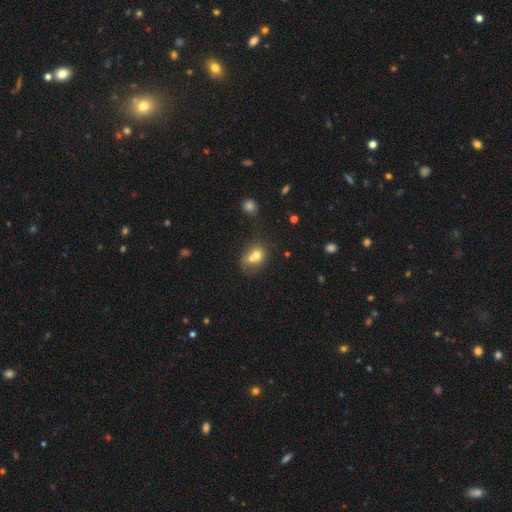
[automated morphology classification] Q: Smooth or featured?
A: smooth (66%); runner-up: featured or disk (22%)
Q: How rounded?
A: round (57%); runner-up: in between (42%)
Q: Merging?
A: merger (61%); runner-up: none (26%)